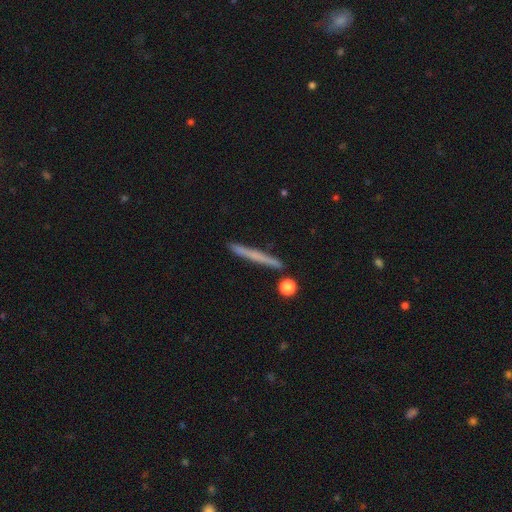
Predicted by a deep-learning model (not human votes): Smooth or featured?
  - smooth: 53% *
  - featured or disk: 40%
  - star or artifact: 7%
How rounded?
  - cigar-shaped: 96% *
  - in between: 2%
  - round: 2%
Merging?
  - none: 88% *
  - minor disturbance: 8%
  - merger: 3%
  - major disturbance: 2%